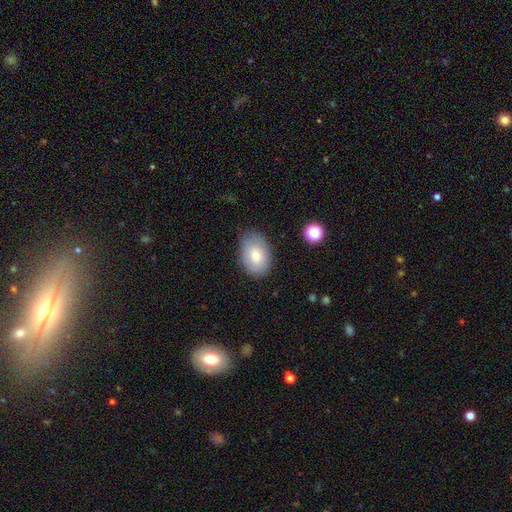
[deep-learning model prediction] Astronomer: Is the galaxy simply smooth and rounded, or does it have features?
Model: smooth — 79%.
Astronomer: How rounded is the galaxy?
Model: in between — 86%.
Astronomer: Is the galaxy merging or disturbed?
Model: none — 78%.